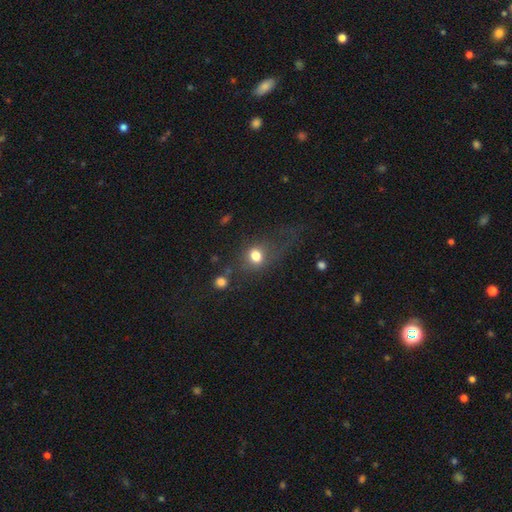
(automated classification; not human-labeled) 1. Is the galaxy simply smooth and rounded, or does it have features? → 75% smooth, 13% star or artifact, 12% featured or disk.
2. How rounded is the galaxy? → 56% round, 42% in between, 2% cigar-shaped.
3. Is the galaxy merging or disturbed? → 47% none, 27% major disturbance, 20% minor disturbance, 6% merger.